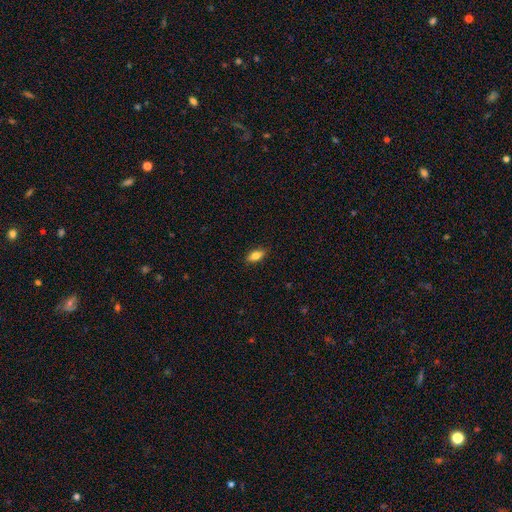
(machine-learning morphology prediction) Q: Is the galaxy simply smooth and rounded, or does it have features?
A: smooth — 77%.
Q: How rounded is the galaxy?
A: in between — 82%.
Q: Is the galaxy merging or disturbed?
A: none — 87%.